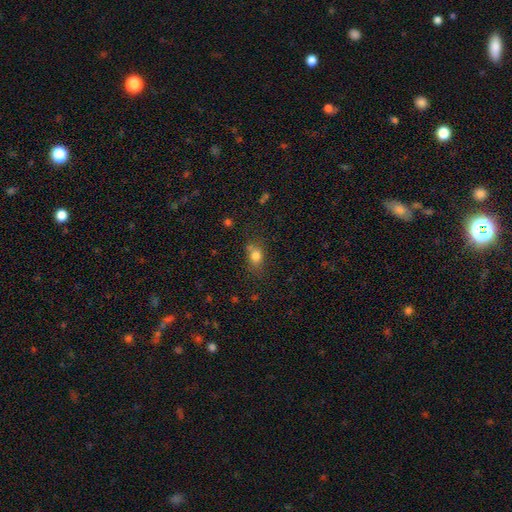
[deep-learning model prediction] Q: Smooth or featured?
A: smooth (79%); runner-up: star or artifact (12%)
Q: How rounded?
A: in between (60%); runner-up: round (38%)
Q: Merging?
A: none (61%); runner-up: minor disturbance (23%)